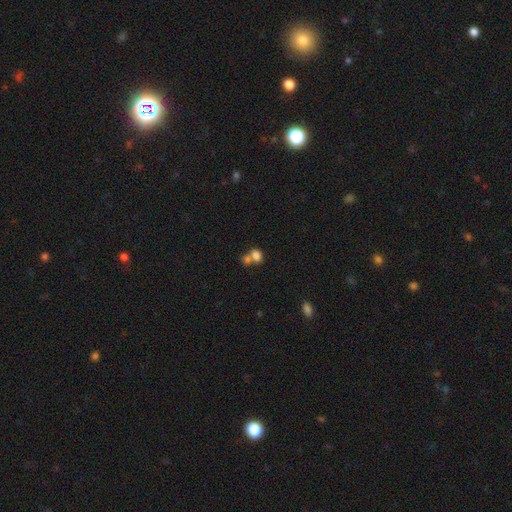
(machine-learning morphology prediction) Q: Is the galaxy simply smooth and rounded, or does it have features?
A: smooth — 78%.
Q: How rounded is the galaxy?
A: in between — 58%.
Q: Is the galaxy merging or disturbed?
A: merger — 59%.